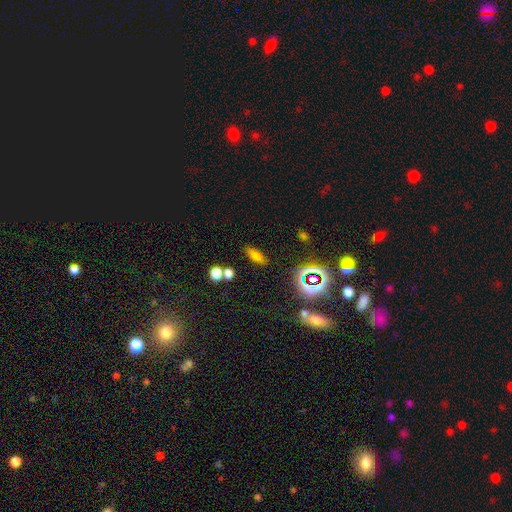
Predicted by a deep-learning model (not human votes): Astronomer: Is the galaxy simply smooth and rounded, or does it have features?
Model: smooth — 67%.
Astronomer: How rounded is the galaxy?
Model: in between — 64%.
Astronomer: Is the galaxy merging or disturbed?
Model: none — 79%.